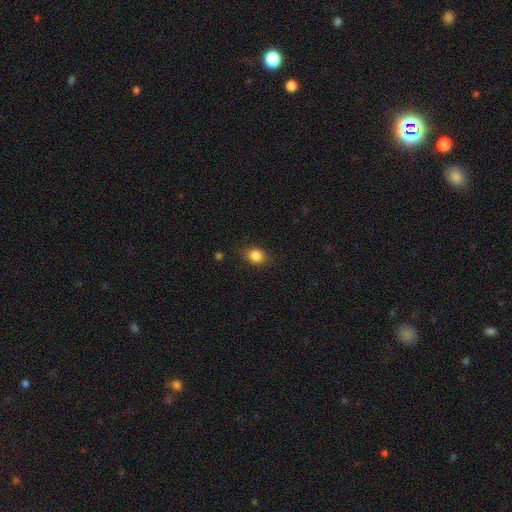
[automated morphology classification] Smooth or featured? smooth (85%)
How rounded? round (57%)
Merging? none (82%)